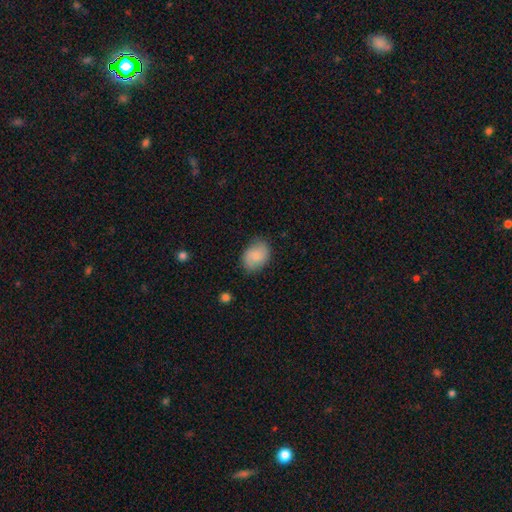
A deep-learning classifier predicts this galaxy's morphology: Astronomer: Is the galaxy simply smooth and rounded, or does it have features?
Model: smooth — 79%.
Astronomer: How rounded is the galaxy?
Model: in between — 71%.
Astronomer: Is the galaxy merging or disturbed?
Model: none — 77%.